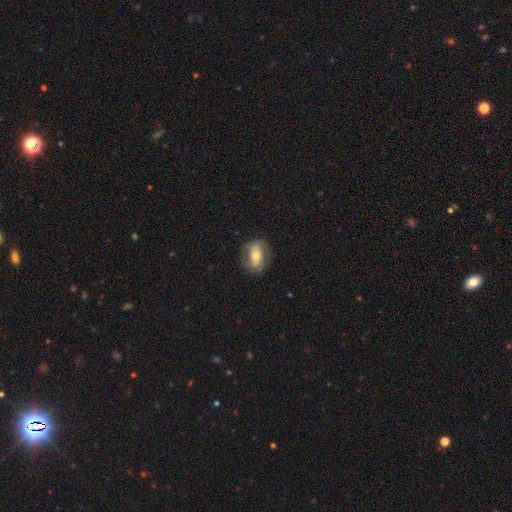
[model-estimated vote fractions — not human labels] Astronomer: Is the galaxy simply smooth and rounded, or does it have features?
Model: featured or disk — 65%.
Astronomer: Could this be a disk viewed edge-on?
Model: no — 93%.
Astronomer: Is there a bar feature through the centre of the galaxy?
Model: strong — 37% (runner-up: no, 33%).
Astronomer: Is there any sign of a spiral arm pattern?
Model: yes — 79%.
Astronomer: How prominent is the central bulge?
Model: moderate — 59%.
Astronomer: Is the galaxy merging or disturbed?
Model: none — 74%.